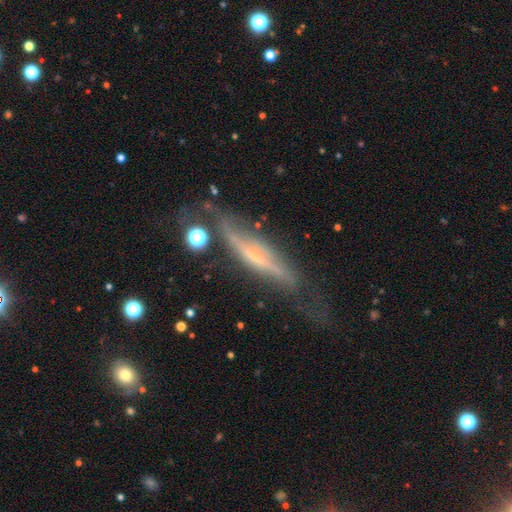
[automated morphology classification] Smooth or featured? featured or disk (72%)
Edge-on disk? yes (85%)
Edge-on bulge? rounded (45%)
Merging? none (57%)